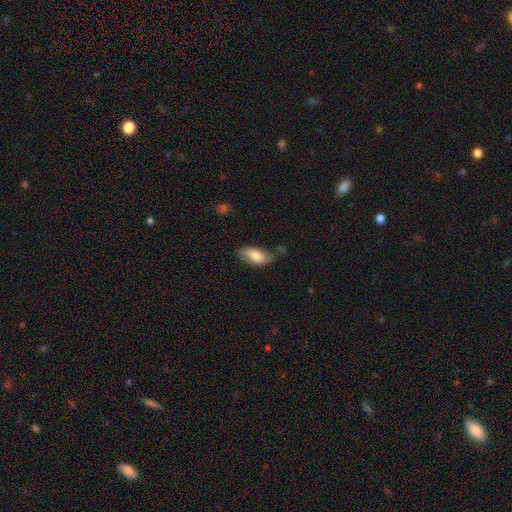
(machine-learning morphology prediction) Smooth or featured: smooth — 76% (featured or disk — 17%)
How rounded: in between — 89% (cigar-shaped — 9%)
Merging: none — 62% (minor disturbance — 28%)